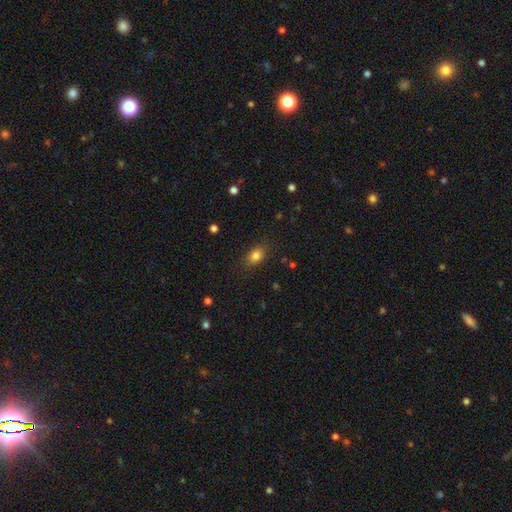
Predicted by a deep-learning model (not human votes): Smooth or featured: smooth — 82% (star or artifact — 11%)
How rounded: in between — 71% (round — 27%)
Merging: none — 82% (minor disturbance — 13%)